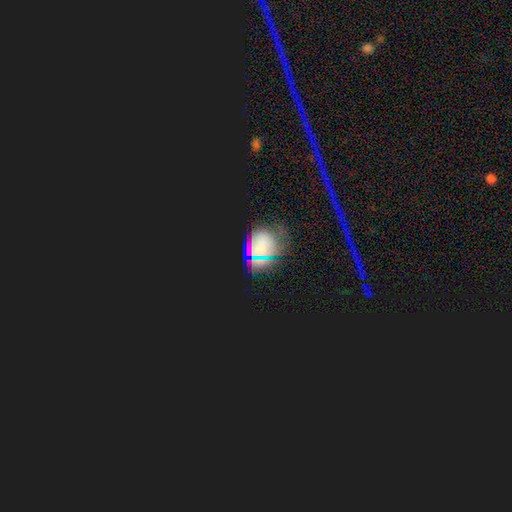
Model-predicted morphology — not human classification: This is possibly a star or artifact rather than a galaxy (56%).